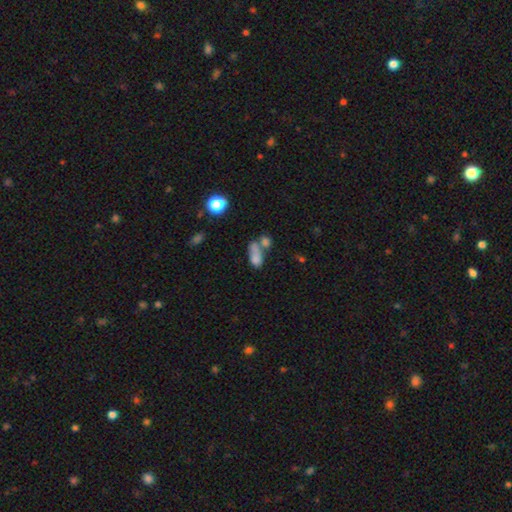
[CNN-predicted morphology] smooth 73%, featured or disk 16%, star or artifact 12%. Down the decision tree: how rounded — in between (77%); merging — merger (50%).